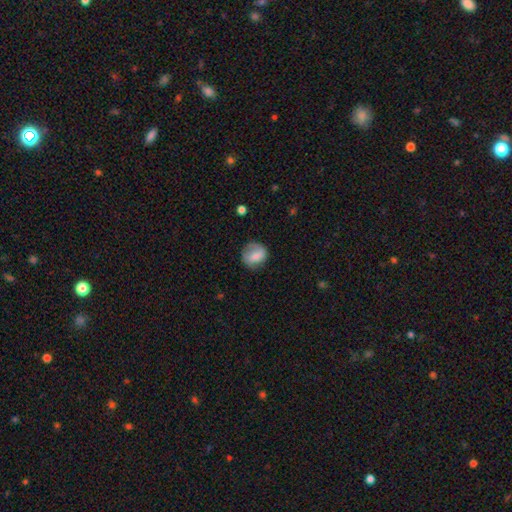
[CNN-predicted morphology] smooth-or-featured: smooth: 74% | featured or disk: 18% | star or artifact: 8%
  how-rounded: round: 74% | in between: 25% | cigar-shaped: 1%
  merging: none: 64% | minor disturbance: 24% | major disturbance: 10% | merger: 2%